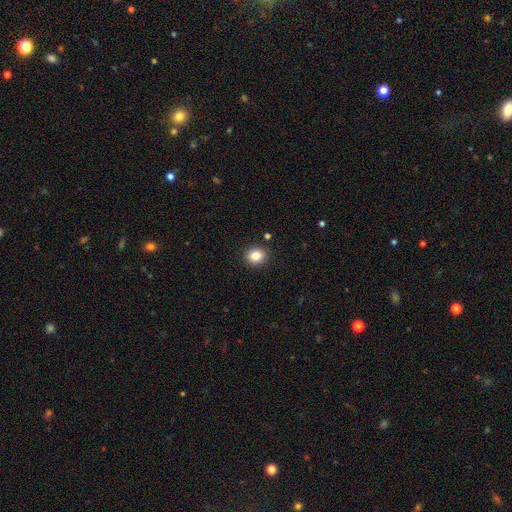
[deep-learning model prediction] Q: Smooth or featured?
A: smooth (84%); runner-up: star or artifact (10%)
Q: How rounded?
A: round (71%); runner-up: in between (28%)
Q: Merging?
A: none (89%); runner-up: minor disturbance (7%)